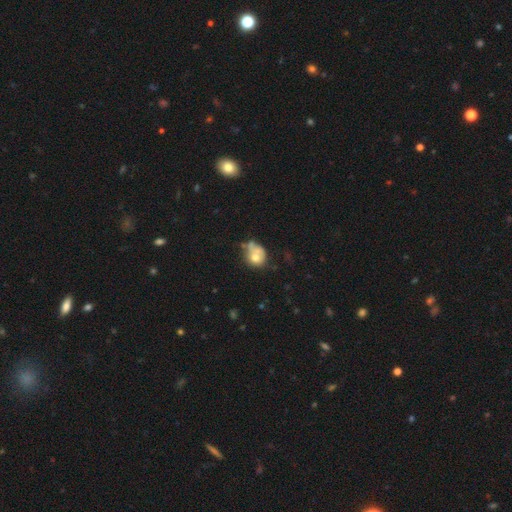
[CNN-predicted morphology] Q: Smooth or featured?
A: smooth (63%); runner-up: featured or disk (27%)
Q: How rounded?
A: round (61%); runner-up: in between (37%)
Q: Merging?
A: none (31%); runner-up: merger (27%)